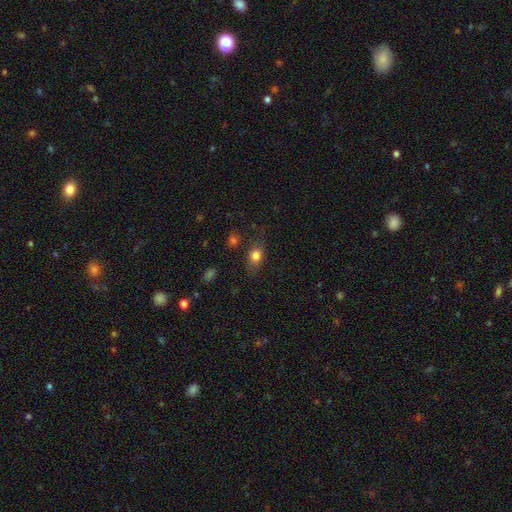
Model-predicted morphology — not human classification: The model was most divided on "how rounded": in between: 67%, round: 27%, cigar-shaped: 5%. More confident: smooth or featured — smooth (79%); merging — none (71%).